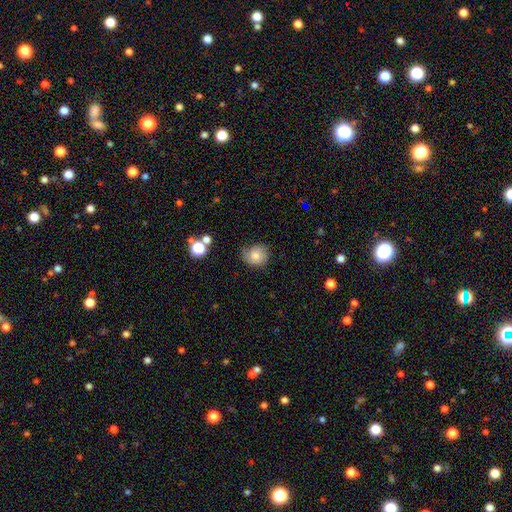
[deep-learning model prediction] Smooth or featured: smooth — 72% (featured or disk — 18%)
How rounded: round — 80% (in between — 19%)
Merging: none — 63% (minor disturbance — 26%)